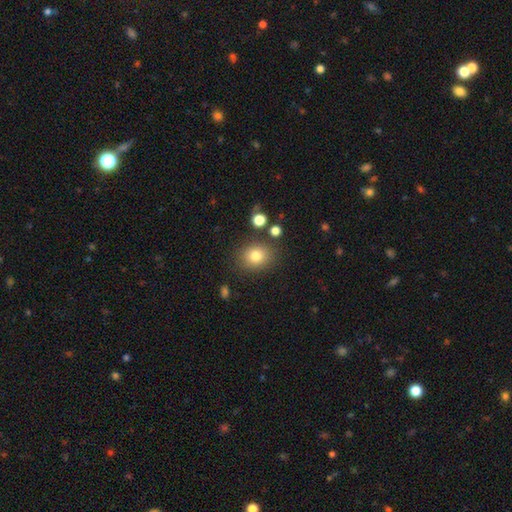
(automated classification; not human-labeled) A smooth galaxy with no disk features (80%) that is round (66%).

Vote fractions:
- Smooth or featured? smooth: 80% / star or artifact: 11% / featured or disk: 8%
- How rounded? round: 66% / in between: 33% / cigar-shaped: 1%
- Merging? none: 82% / minor disturbance: 10% / merger: 4% / major disturbance: 3%